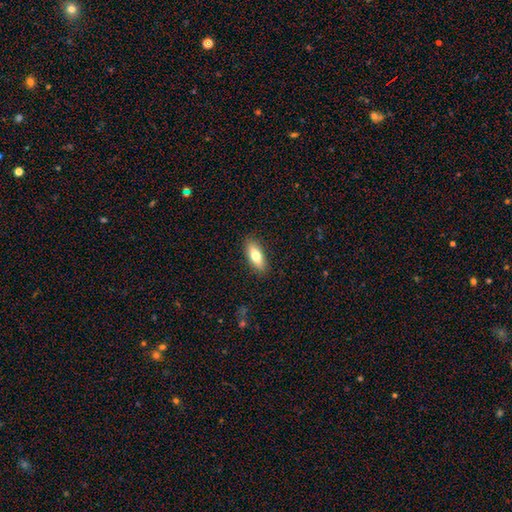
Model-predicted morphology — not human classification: smooth 75%, featured or disk 19%, star or artifact 7%. Down the decision tree: how rounded — in between (73%); merging — none (88%).